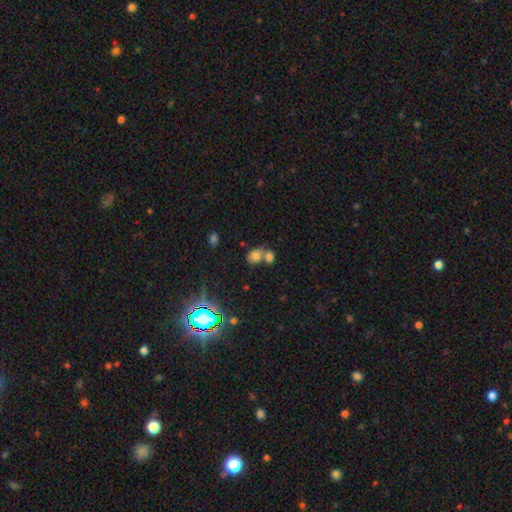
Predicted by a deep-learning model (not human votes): A smooth galaxy with no disk features (67%) that is in between round and cigar-shaped (55%).

Vote fractions:
- Smooth or featured? smooth: 67% / star or artifact: 21% / featured or disk: 12%
- How rounded? in between: 55% / round: 43% / cigar-shaped: 2%
- Merging? merger: 53% / none: 34% / minor disturbance: 9% / major disturbance: 4%